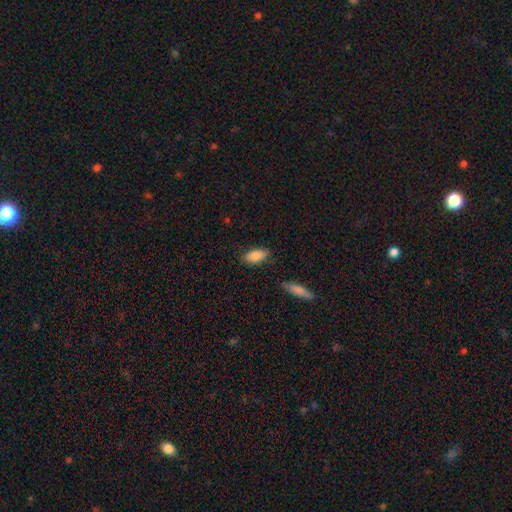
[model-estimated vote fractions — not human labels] Q: Smooth or featured?
A: smooth (86%); runner-up: featured or disk (8%)
Q: How rounded?
A: in between (86%); runner-up: cigar-shaped (11%)
Q: Merging?
A: none (82%); runner-up: minor disturbance (13%)